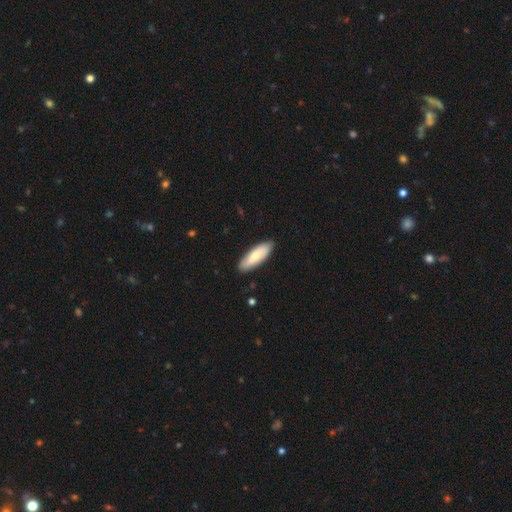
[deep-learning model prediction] Q: Smooth or featured?
A: smooth (68%); runner-up: featured or disk (27%)
Q: How rounded?
A: in between (64%); runner-up: cigar-shaped (34%)
Q: Merging?
A: none (88%); runner-up: minor disturbance (9%)